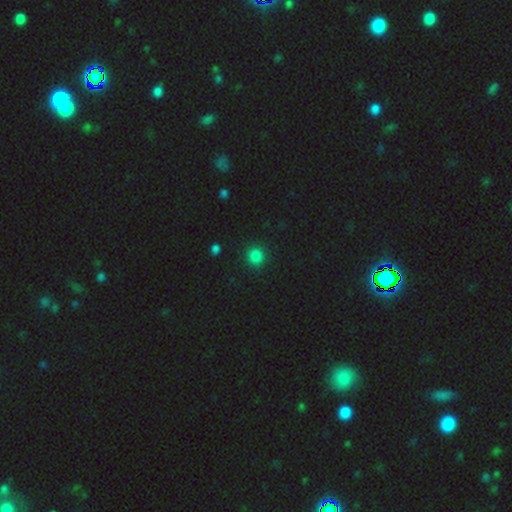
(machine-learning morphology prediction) Smooth or featured? smooth (82%)
How rounded? round (88%)
Merging? none (90%)